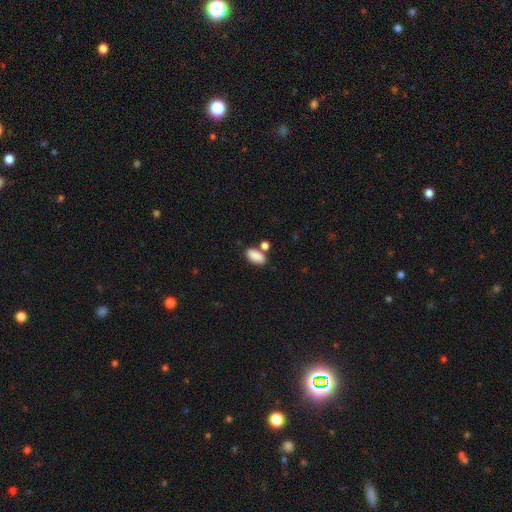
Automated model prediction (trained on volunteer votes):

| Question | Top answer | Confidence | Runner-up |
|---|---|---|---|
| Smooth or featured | smooth | 88% | star or artifact (8%) |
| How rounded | in between | 93% | round (4%) |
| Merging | none | 64% | merger (20%) |